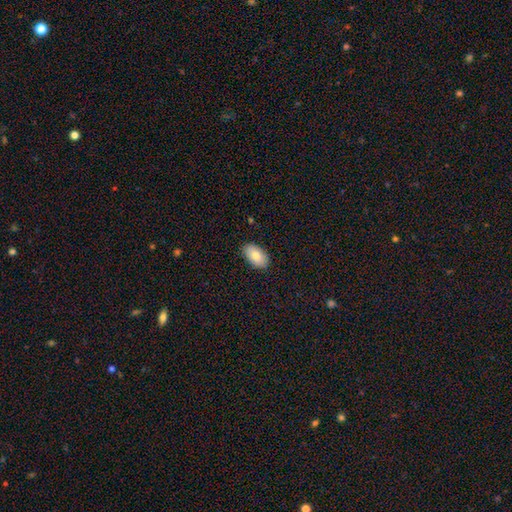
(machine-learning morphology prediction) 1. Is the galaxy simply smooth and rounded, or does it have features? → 82% smooth, 11% featured or disk, 7% star or artifact.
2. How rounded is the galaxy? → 95% in between, 4% round, 1% cigar-shaped.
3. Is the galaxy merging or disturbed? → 88% none, 9% minor disturbance, 2% major disturbance, 1% merger.